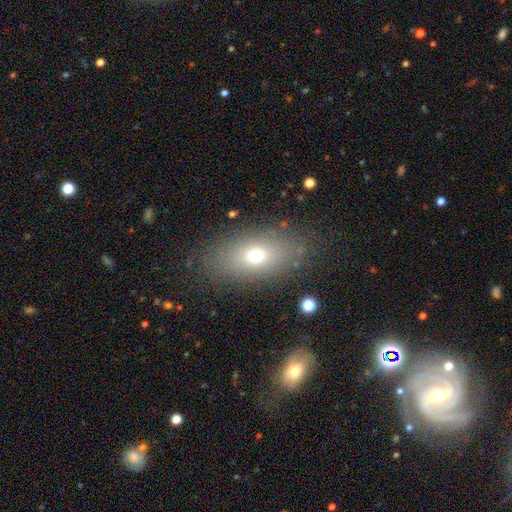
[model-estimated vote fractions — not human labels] smooth_or_featured: smooth (p=0.67) [alt: featured or disk p=0.19]
how_rounded: in between (p=0.80) [alt: round p=0.14]
merging: none (p=0.82) [alt: minor disturbance p=0.11]